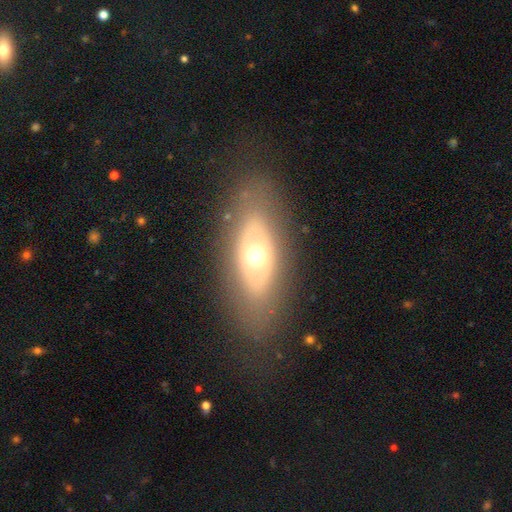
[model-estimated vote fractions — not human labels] Morphology: type=featured or disk (50%); merging=none (80%).